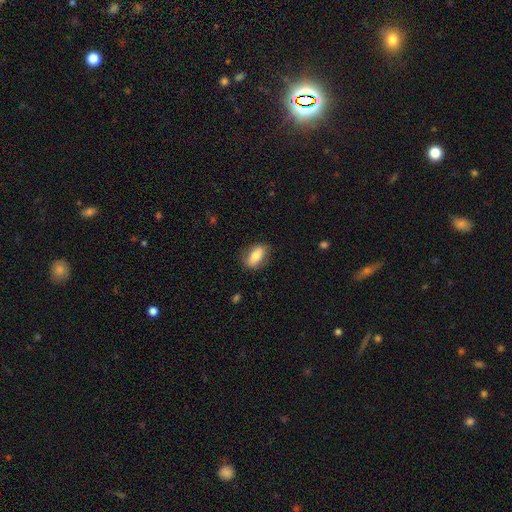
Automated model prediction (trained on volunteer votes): The model was most divided on "smooth or featured": smooth: 76%, featured or disk: 17%, star or artifact: 7%. More confident: how rounded — in between (85%); merging — none (78%).